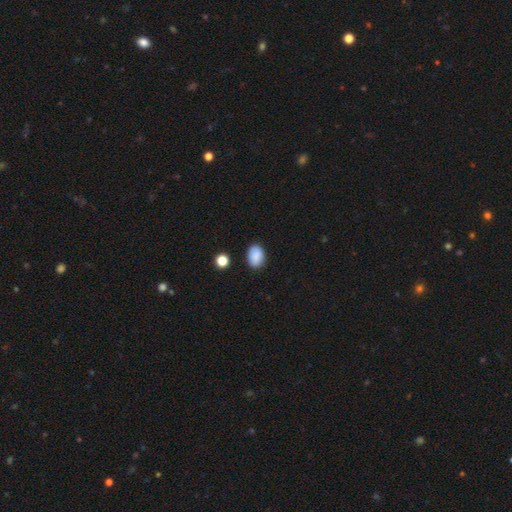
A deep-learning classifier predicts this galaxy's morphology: A smooth galaxy with no disk features (87%) that is in between round and cigar-shaped (79%).

Vote fractions:
- Smooth or featured? smooth: 87% / star or artifact: 8% / featured or disk: 4%
- How rounded? in between: 79% / round: 19% / cigar-shaped: 1%
- Merging? none: 83% / minor disturbance: 12% / major disturbance: 3% / merger: 2%